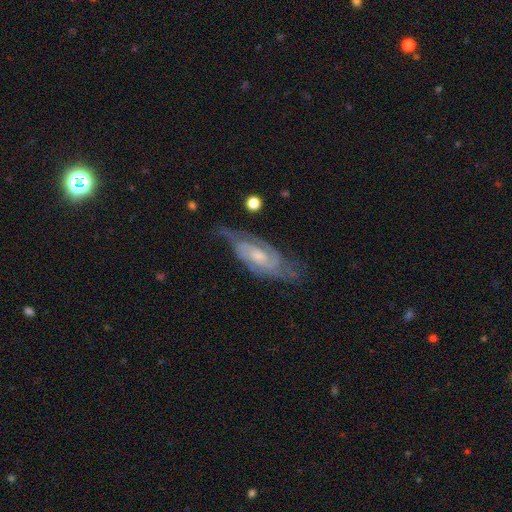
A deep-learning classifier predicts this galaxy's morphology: featured or disk 82%, smooth 11%, star or artifact 7%. Down the decision tree: edge-on disk — no (90%); bar — no (51%); spiral arms — yes (94%); spiral arm count — 2 (51%); spiral winding — tight (44%); bulge size — moderate (48%); merging — none (63%).